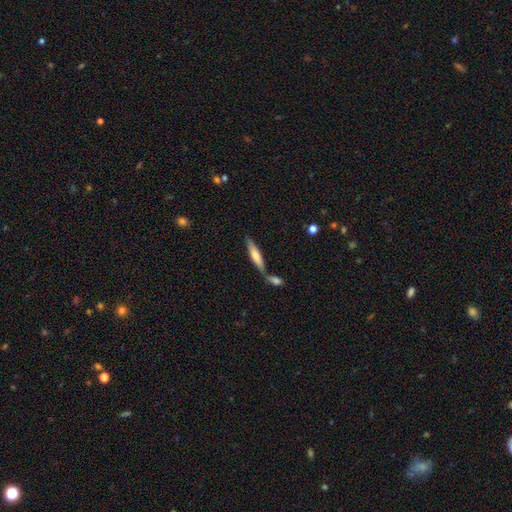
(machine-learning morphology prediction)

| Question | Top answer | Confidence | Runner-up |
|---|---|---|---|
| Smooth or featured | smooth | 61% | featured or disk (33%) |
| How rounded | cigar-shaped | 78% | in between (20%) |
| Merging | none | 52% | merger (33%) |